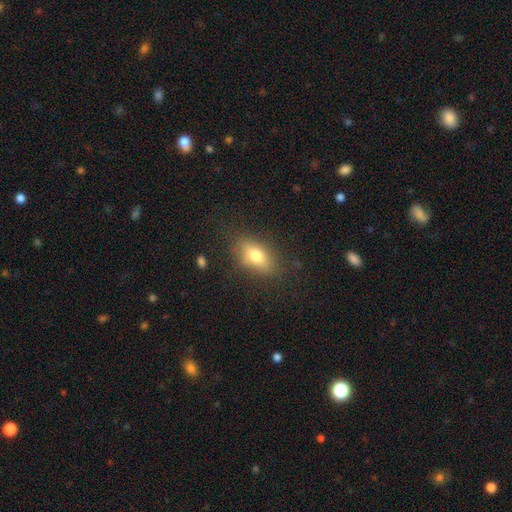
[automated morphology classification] The model was most divided on "smooth or featured": smooth: 72%, featured or disk: 19%, star or artifact: 9%. More confident: how rounded — in between (82%); merging — none (80%).